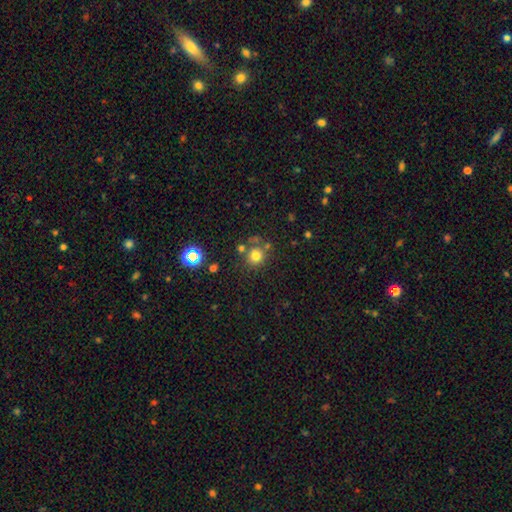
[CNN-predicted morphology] Smooth or featured? Predicted: smooth (p=0.74). How rounded? Predicted: round (p=0.91). Merging? Predicted: none (p=0.69).